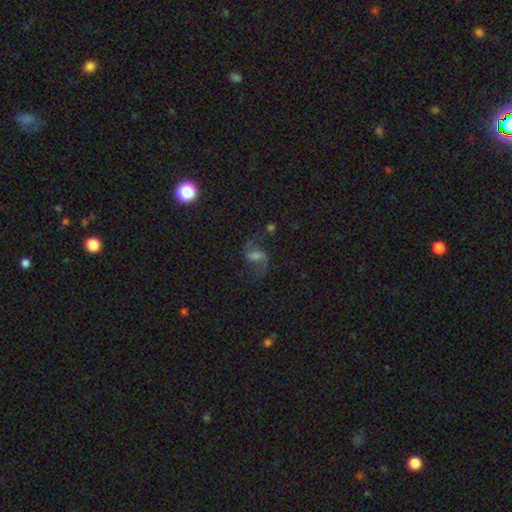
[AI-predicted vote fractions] This appears to be a featured or disk galaxy (73%) with a weak bar (50%), 2 (92%) loose (65%) spiral arms (94%) and a moderate central bulge (38%). Merging: none (71%).